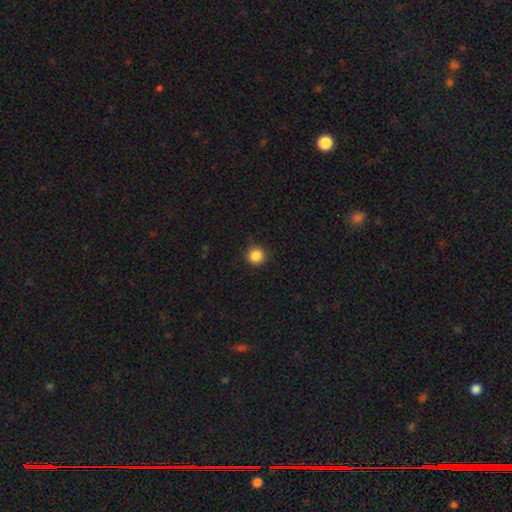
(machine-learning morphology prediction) type=smooth (86%); roundness=round (94%); merging=none (90%).